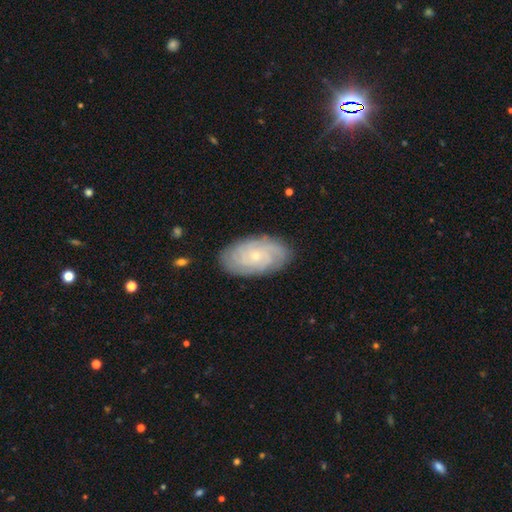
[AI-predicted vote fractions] The model was most divided on "spiral arm count": can't tell: 32%, 4: 24%, 3: 19%, 2: 12%, more than 4: 8%, 1: 6%. More confident: spiral arms — yes (96%); edge-on disk — no (95%); merging — none (83%); smooth or featured — featured or disk (78%); bar — no (78%); bulge size — small (77%); spiral winding — tight (76%).